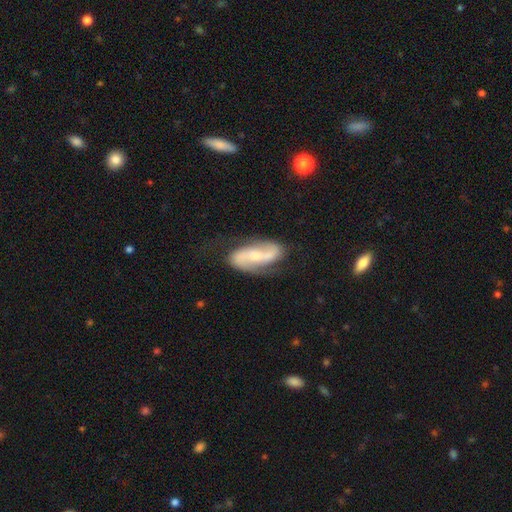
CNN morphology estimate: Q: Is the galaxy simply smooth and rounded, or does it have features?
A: featured or disk — 80%.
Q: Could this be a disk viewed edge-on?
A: no — 94%.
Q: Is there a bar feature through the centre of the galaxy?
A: weak — 37%.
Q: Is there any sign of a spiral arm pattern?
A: yes — 95%.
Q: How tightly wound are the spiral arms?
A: loose — 46%.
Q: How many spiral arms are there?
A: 2 — 91%.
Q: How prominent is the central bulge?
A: small — 45%.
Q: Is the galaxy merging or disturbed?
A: none — 71%.